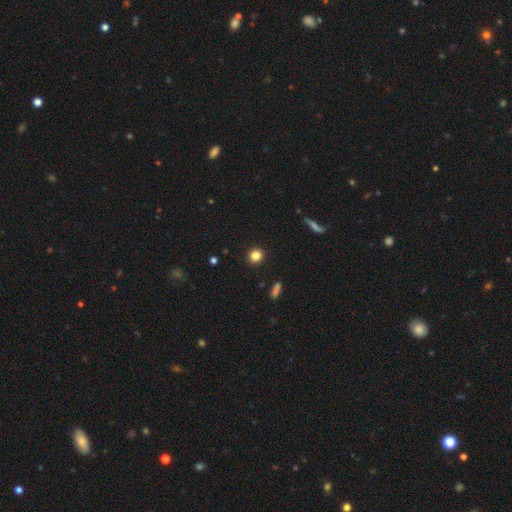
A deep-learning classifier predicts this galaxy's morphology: Smooth or featured? Predicted: smooth (p=0.83). How rounded? Predicted: round (p=0.92). Merging? Predicted: none (p=0.92).